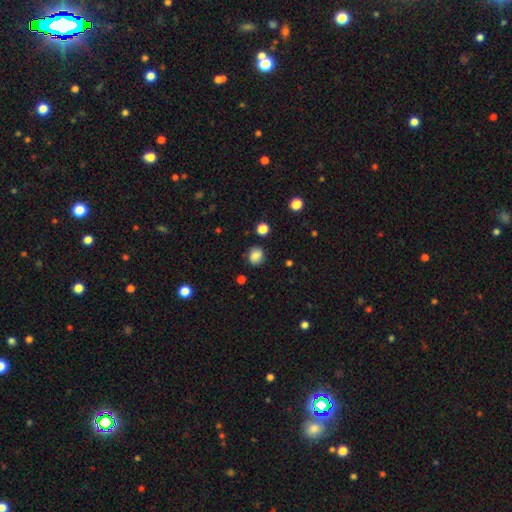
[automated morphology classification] smooth_or_featured: smooth (p=0.83) [alt: star or artifact p=0.10]
how_rounded: round (p=0.73) [alt: in between p=0.26]
merging: none (p=0.83) [alt: minor disturbance p=0.11]